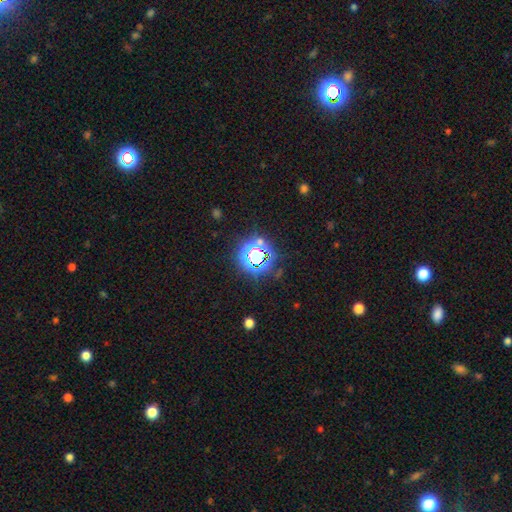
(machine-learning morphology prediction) smooth-or-featured: star or artifact: 70% | smooth: 20% | featured or disk: 10%